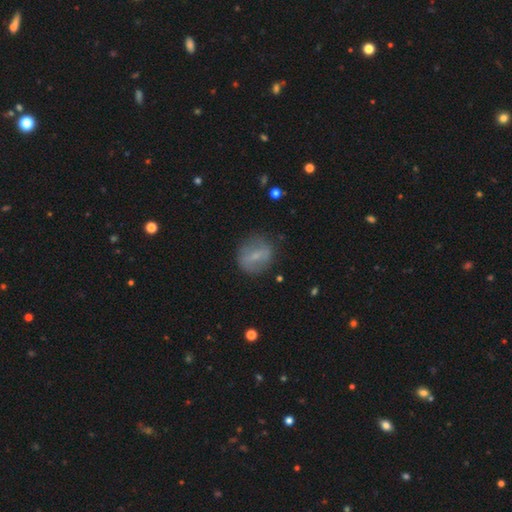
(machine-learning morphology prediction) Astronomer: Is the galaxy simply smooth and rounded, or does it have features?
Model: smooth — 50% (runner-up: featured or disk, 41%).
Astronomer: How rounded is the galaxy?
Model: round — 66%.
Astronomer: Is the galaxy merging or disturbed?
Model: none — 79%.